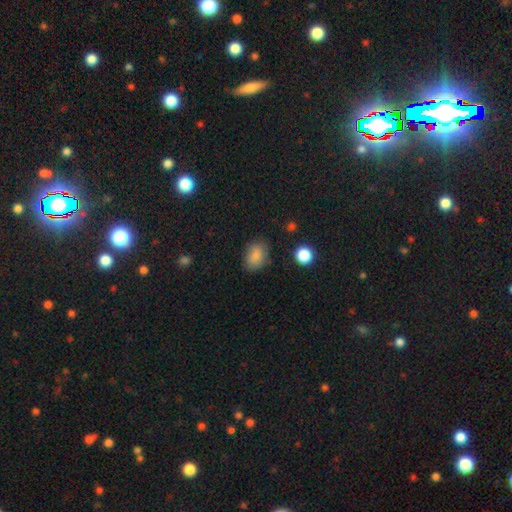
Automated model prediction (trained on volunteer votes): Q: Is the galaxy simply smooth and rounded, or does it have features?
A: smooth — 85%.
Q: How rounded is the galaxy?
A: in between — 75%.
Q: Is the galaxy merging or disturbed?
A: none — 77%.